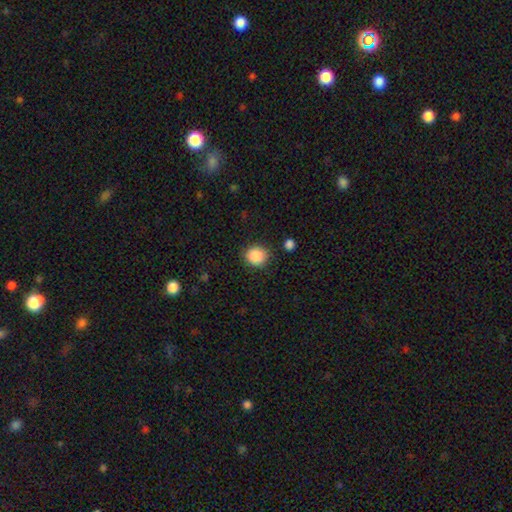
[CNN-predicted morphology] A smooth galaxy with no disk features (88%) that is round (80%). Merging: none (84%).